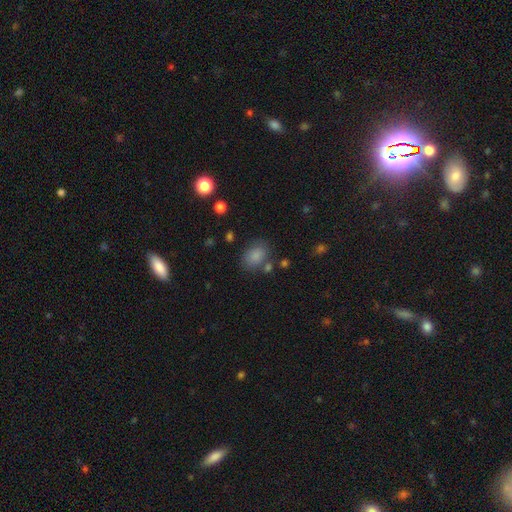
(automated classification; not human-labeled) This is clearly a smooth galaxy (84%). How rounded: likely in between (70%). Merging: likely none (71%).